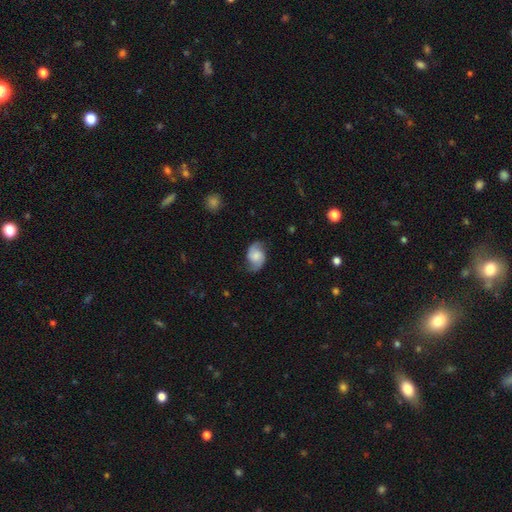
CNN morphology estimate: This appears to be a featured or disk galaxy (69%) with no bar (63%), 2 (91%) medium (44%) spiral arms (94%) and a moderate central bulge (33%). Merging: none (73%).